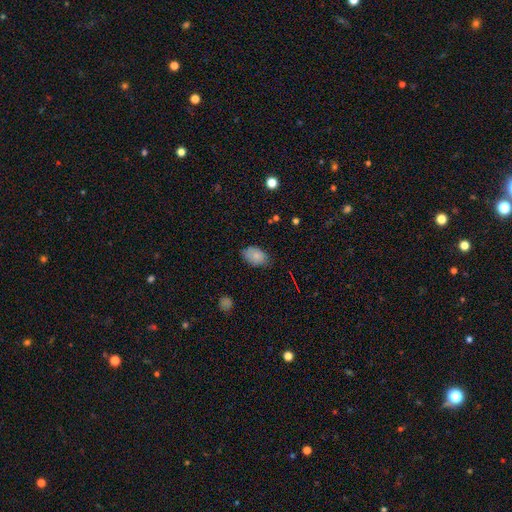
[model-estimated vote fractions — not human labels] Smooth or featured? Predicted: smooth (p=0.84). How rounded? Predicted: in between (p=0.87). Merging? Predicted: none (p=0.74).